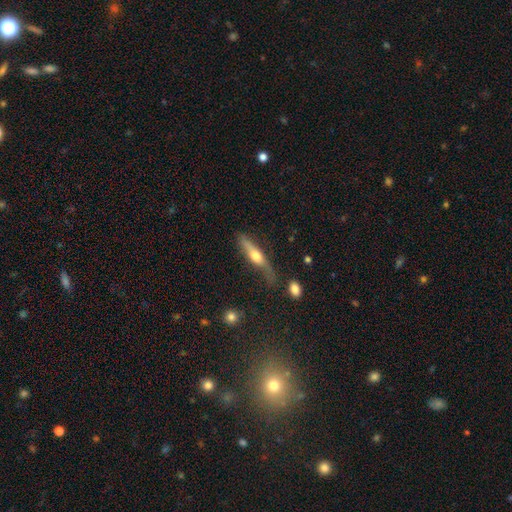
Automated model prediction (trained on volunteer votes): Q: Smooth or featured?
A: featured or disk (51%); runner-up: smooth (43%)
Q: Edge-on disk?
A: yes (85%); runner-up: no (15%)
Q: Merging?
A: none (53%); runner-up: minor disturbance (30%)